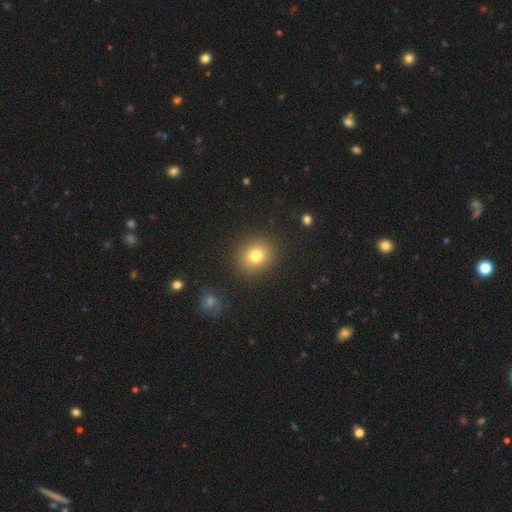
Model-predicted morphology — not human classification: Smooth or featured: smooth — 80% (star or artifact — 12%)
How rounded: round — 74% (in between — 25%)
Merging: none — 89% (minor disturbance — 7%)